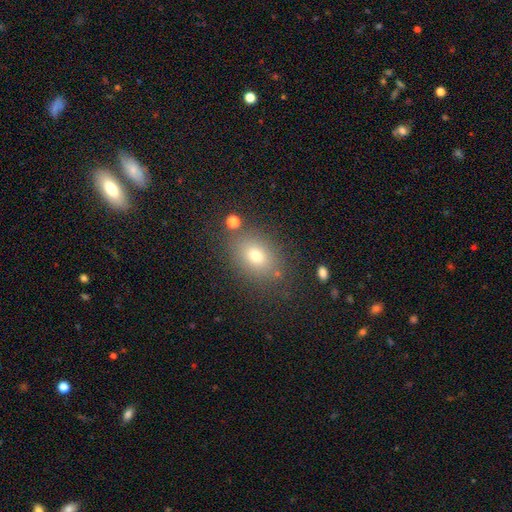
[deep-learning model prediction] Morphology: type=smooth (74%); roundness=in between (70%); merging=none (79%).